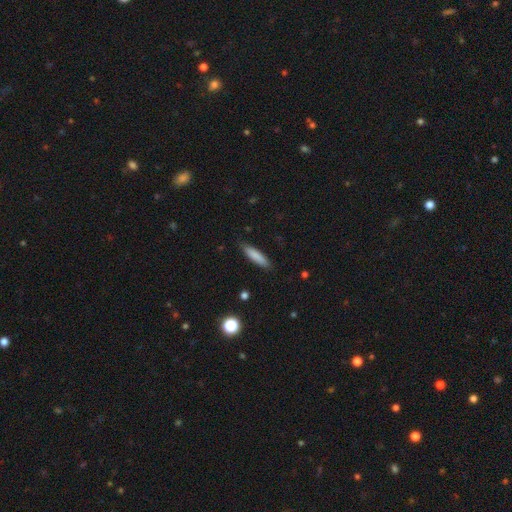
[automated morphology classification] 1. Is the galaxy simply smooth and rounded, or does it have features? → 83% smooth, 11% featured or disk, 7% star or artifact.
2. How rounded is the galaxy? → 79% cigar-shaped, 20% in between, 1% round.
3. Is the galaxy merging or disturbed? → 85% none, 12% minor disturbance, 2% major disturbance, 1% merger.